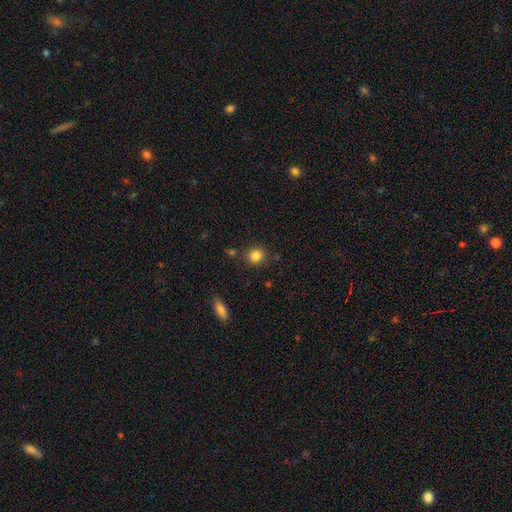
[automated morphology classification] The model was most divided on "how rounded": round: 82%, in between: 17%, cigar-shaped: 1%. More confident: smooth or featured — smooth (85%); merging — none (83%).